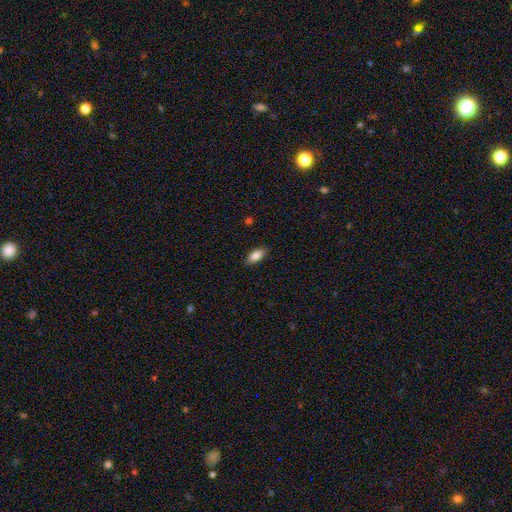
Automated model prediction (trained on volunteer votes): Morphology: type=smooth (85%); roundness=in between (88%); merging=none (87%).